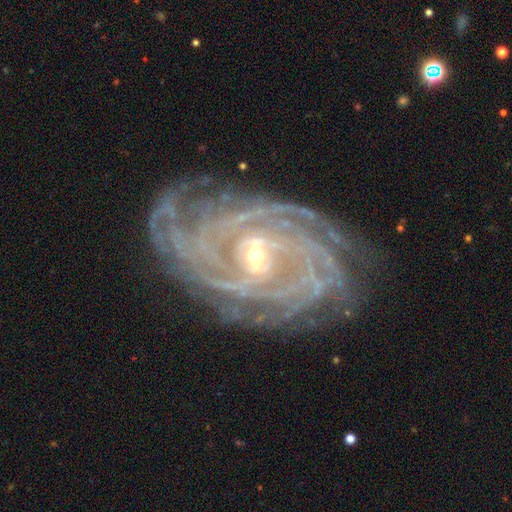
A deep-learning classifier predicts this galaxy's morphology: A featured or disk galaxy (92%) with a weak bar (41%), tight (72%) spiral arms (97%) and a small central bulge (52%). Merging: none (70%).